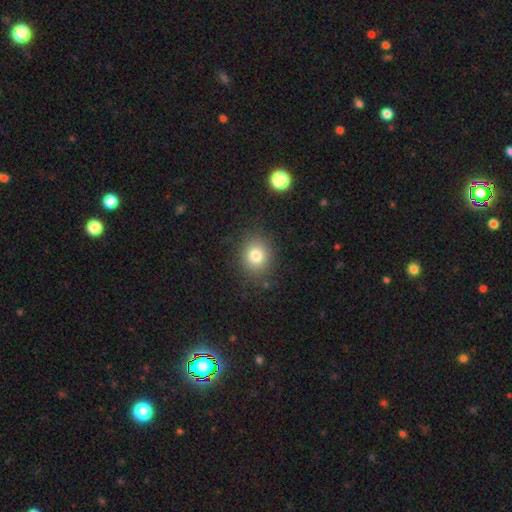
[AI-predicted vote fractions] Smooth or featured?
  - smooth: 79% *
  - star or artifact: 12%
  - featured or disk: 9%
How rounded?
  - round: 71% *
  - in between: 28%
  - cigar-shaped: 1%
Merging?
  - none: 85% *
  - minor disturbance: 10%
  - major disturbance: 3%
  - merger: 2%